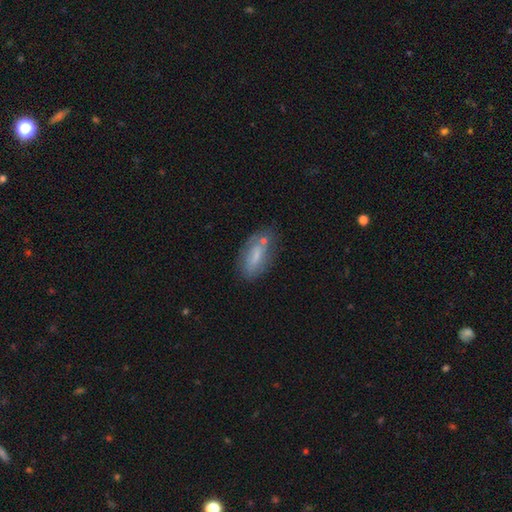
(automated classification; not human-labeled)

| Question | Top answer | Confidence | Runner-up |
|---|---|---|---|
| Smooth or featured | smooth | 60% | featured or disk (32%) |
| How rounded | in between | 81% | cigar-shaped (16%) |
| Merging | none | 61% | minor disturbance (22%) |